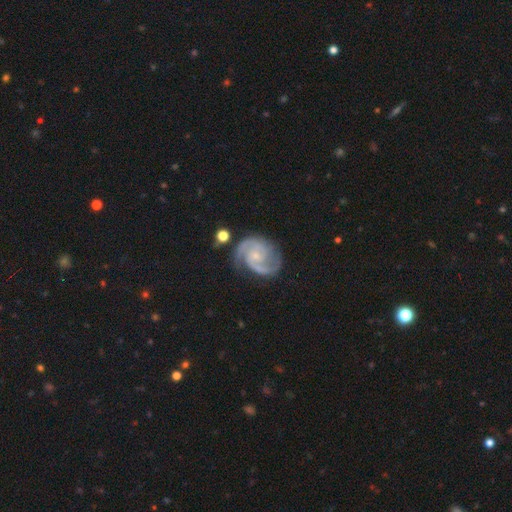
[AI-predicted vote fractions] featured or disk 92%, star or artifact 4%, smooth 4%. Down the decision tree: edge-on disk — no (98%); bar — no (64%); spiral arms — yes (98%); spiral arm count — 2 (81%); spiral winding — medium (49%); bulge size — small (71%); merging — none (75%).